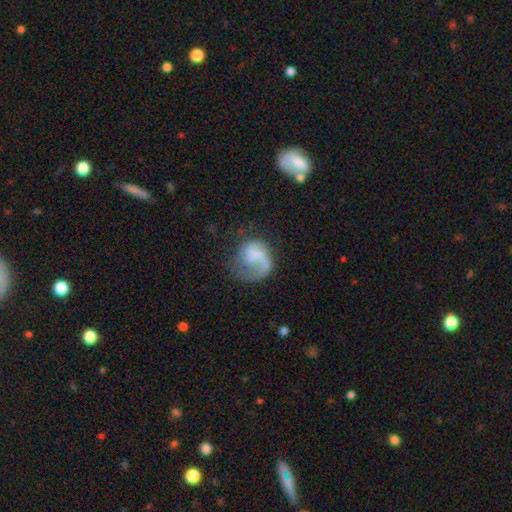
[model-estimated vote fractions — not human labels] featured or disk 51%, smooth 41%, star or artifact 8%. Down the decision tree: edge-on disk — no (98%); merging — none (38%, tied with major disturbance).